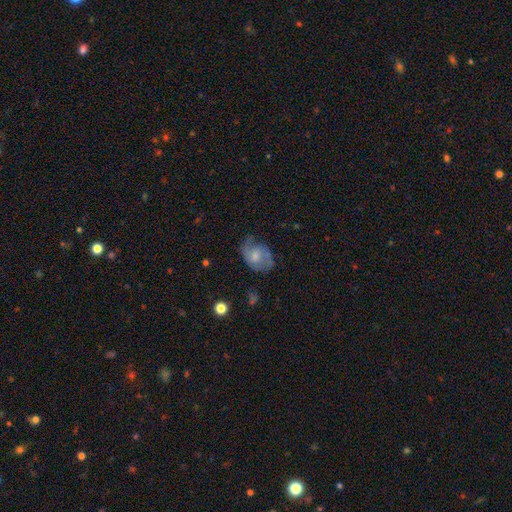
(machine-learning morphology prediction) This appears to be a featured or disk galaxy (50%). Merging: none (53%).